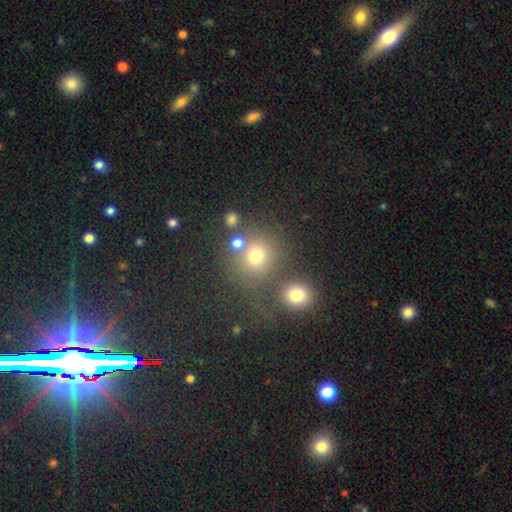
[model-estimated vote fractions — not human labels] smooth_or_featured: smooth (p=0.71) [alt: star or artifact p=0.19]
how_rounded: round (p=0.87) [alt: in between p=0.12]
merging: none (p=0.64) [alt: merger p=0.21]